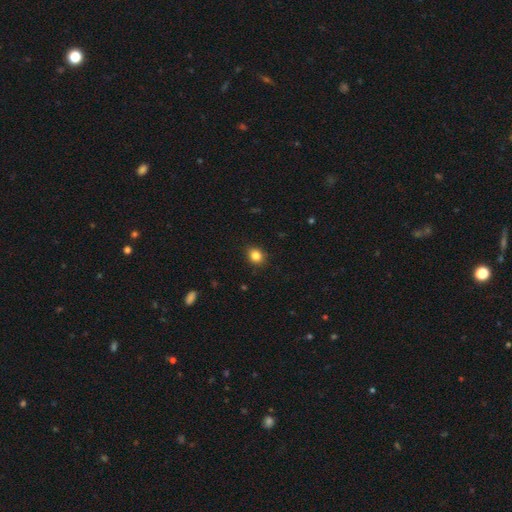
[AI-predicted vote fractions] smooth_or_featured: smooth (p=0.84) [alt: star or artifact p=0.11]
how_rounded: round (p=0.73) [alt: in between p=0.26]
merging: none (p=0.90) [alt: minor disturbance p=0.08]